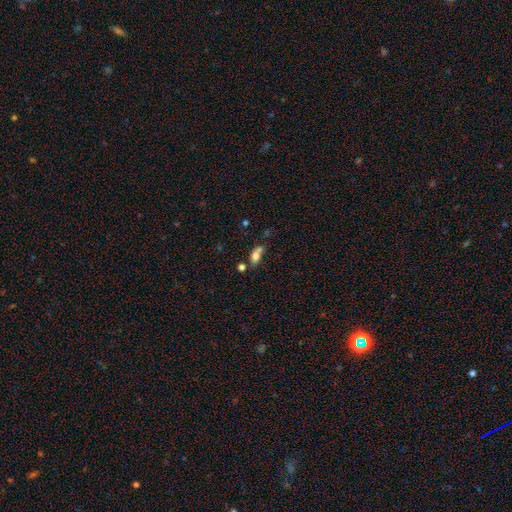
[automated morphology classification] Smooth or featured? smooth (72%)
How rounded? in between (77%)
Merging? merger (35%)